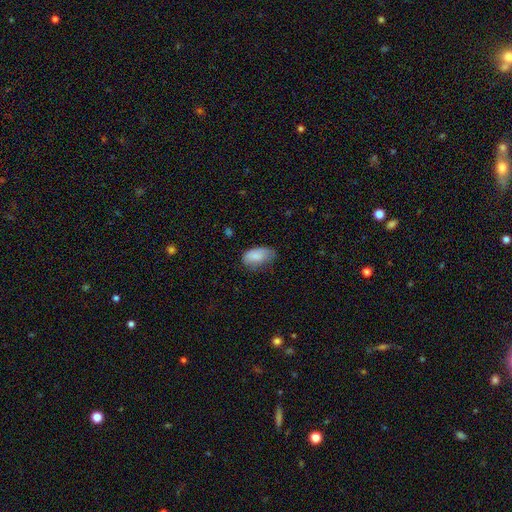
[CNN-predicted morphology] smooth_or_featured: smooth (p=0.81) [alt: featured or disk p=0.12]
how_rounded: in between (p=0.93) [alt: round p=0.04]
merging: none (p=0.51) [alt: minor disturbance p=0.37]